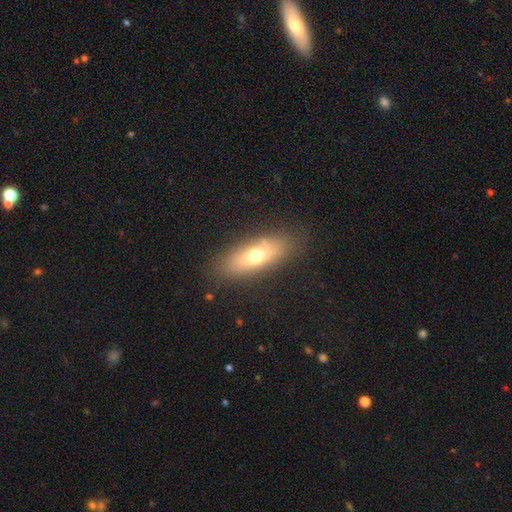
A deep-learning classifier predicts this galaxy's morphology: type=smooth (64%); roundness=in between (67%); merging=none (82%).